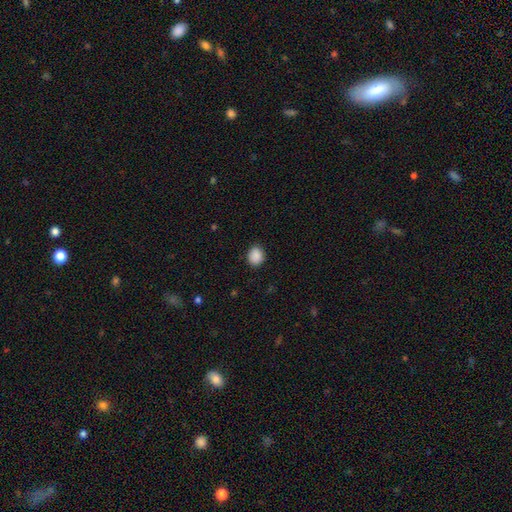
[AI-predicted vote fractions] smooth 89%, star or artifact 8%, featured or disk 3%. Down the decision tree: how rounded — round (58%); merging — none (87%).